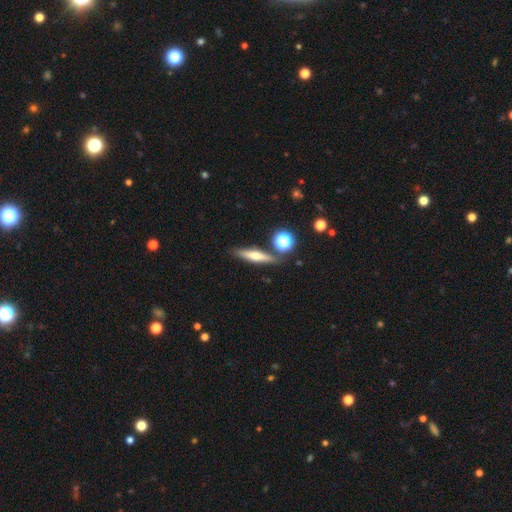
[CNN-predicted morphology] smooth_or_featured: smooth (p=0.45) [tied with: featured or disk p=0.45]
merging: none (p=0.81) [alt: minor disturbance p=0.10]